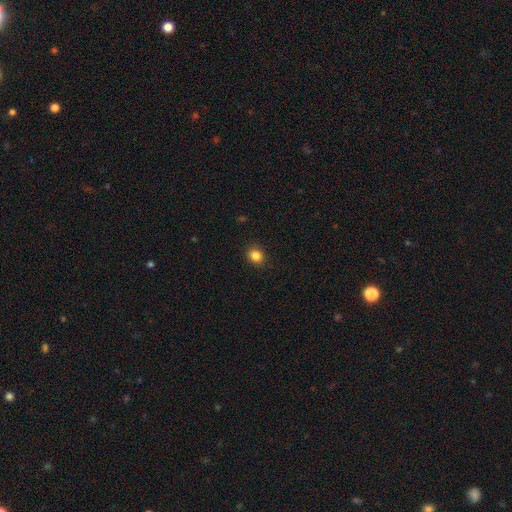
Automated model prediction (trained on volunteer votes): Q: Smooth or featured?
A: smooth (85%); runner-up: star or artifact (11%)
Q: How rounded?
A: round (69%); runner-up: in between (30%)
Q: Merging?
A: none (90%); runner-up: minor disturbance (7%)